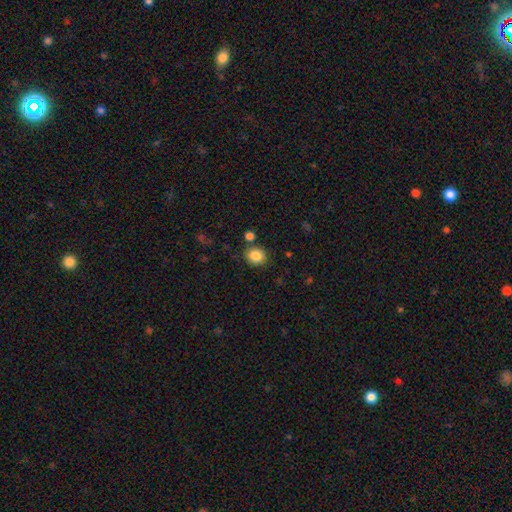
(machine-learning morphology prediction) This appears to be a smooth galaxy with no disk features (85%) that is round (71%). Merging: none (83%).